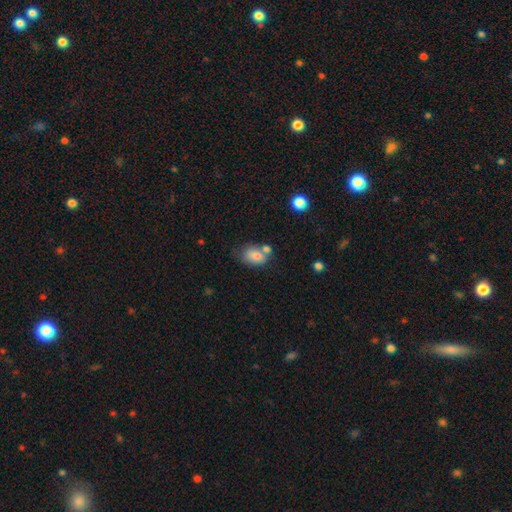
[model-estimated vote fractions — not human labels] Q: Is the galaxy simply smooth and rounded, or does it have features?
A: smooth — 80%.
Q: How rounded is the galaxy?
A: in between — 80%.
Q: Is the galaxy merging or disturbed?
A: none — 46%.